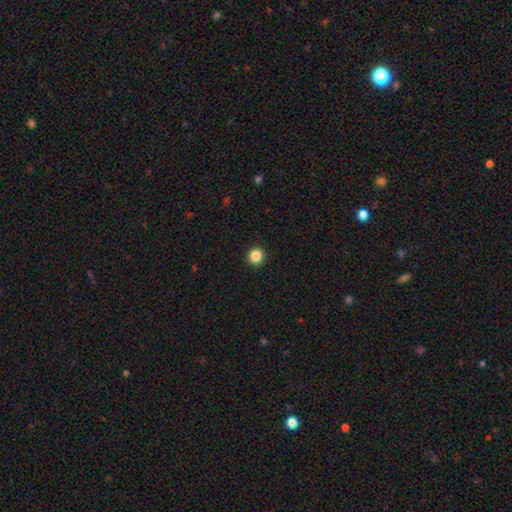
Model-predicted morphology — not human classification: Q: Smooth or featured?
A: smooth (87%); runner-up: star or artifact (10%)
Q: How rounded?
A: round (95%); runner-up: in between (4%)
Q: Merging?
A: none (93%); runner-up: minor disturbance (4%)